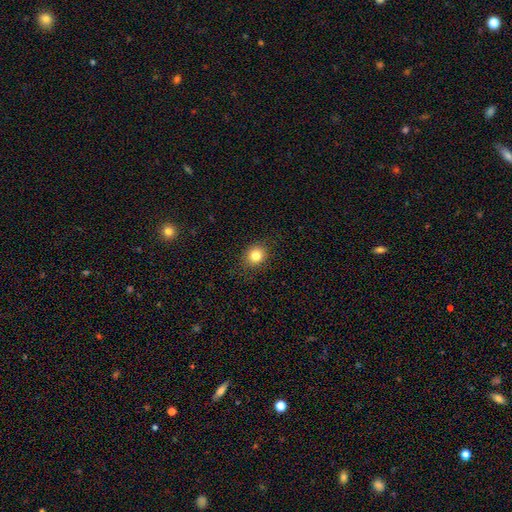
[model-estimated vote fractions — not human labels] smooth_or_featured: smooth (p=0.82) [alt: star or artifact p=0.11]
how_rounded: round (p=0.76) [alt: in between p=0.23]
merging: none (p=0.87) [alt: minor disturbance p=0.09]